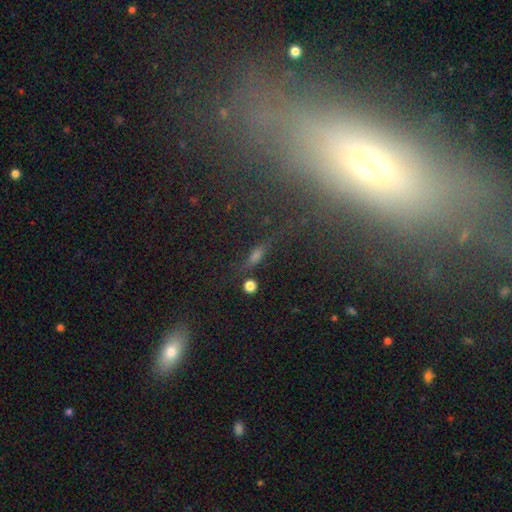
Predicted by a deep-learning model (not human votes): Morphology: type=smooth (44%); merging=none (66%).